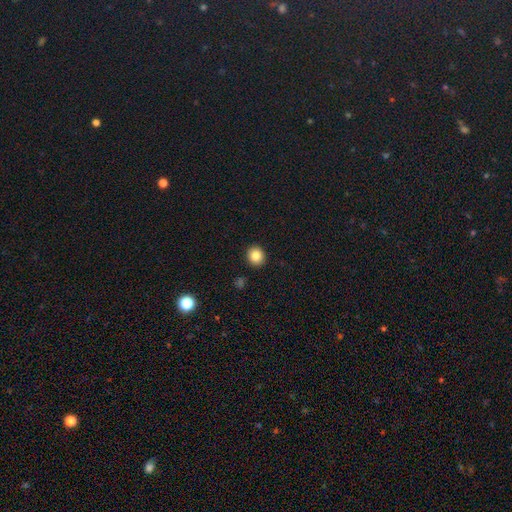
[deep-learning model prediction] A smooth galaxy with no disk features (84%) that is round (84%). Merging: none (92%).